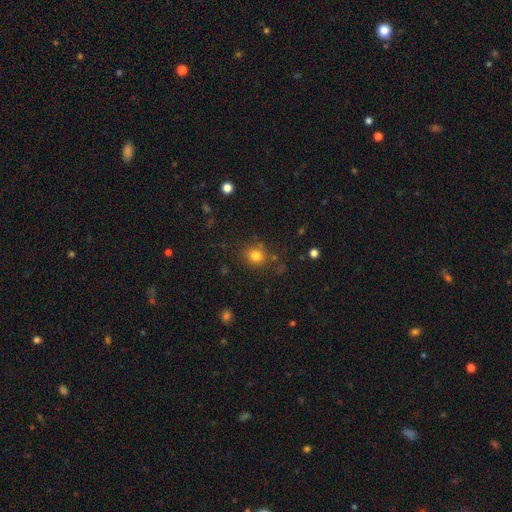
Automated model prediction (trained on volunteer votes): This appears to be a smooth galaxy with no disk features (80%) that is round (80%). Merging: none (80%).